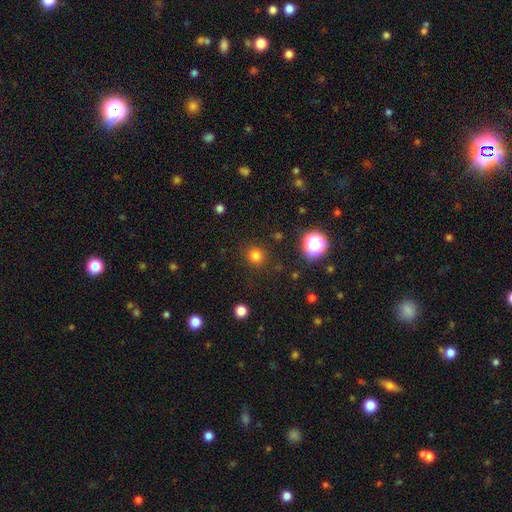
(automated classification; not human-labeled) smooth 78%, star or artifact 17%, featured or disk 5%. Down the decision tree: how rounded — round (92%); merging — none (88%).